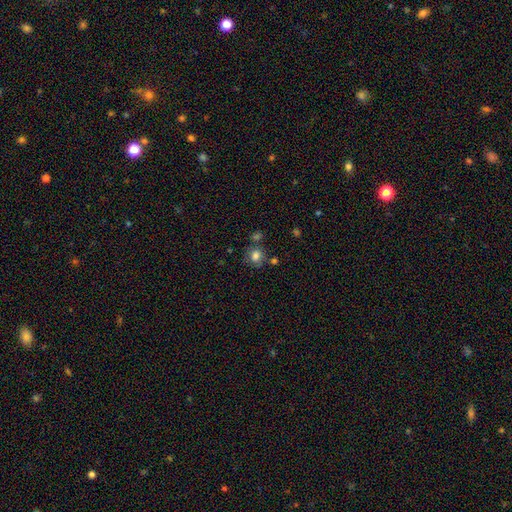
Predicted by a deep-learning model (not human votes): A smooth galaxy with no disk features (77%) that is round (63%). Merging: none (63%).